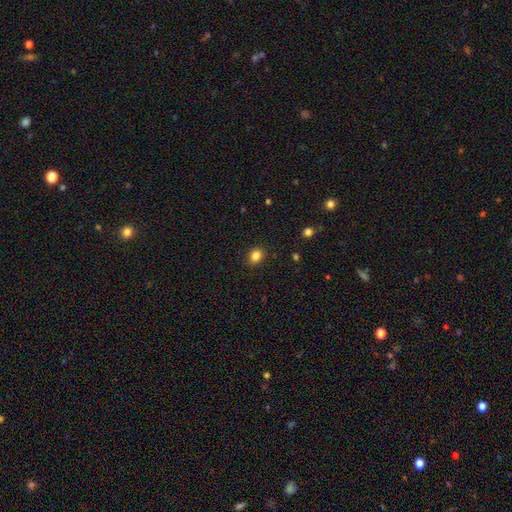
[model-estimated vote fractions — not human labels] Smooth or featured? smooth (84%)
How rounded? round (58%)
Merging? none (89%)